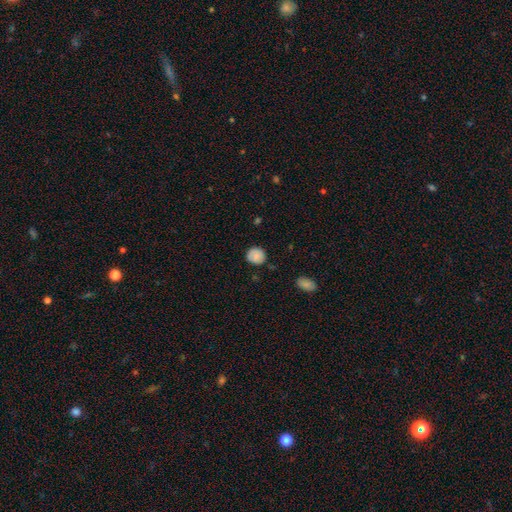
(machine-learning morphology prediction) type=smooth (84%); roundness=round (84%); merging=none (80%).